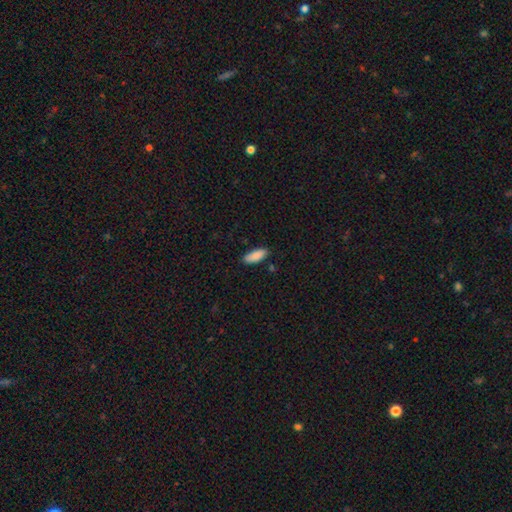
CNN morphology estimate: Smooth or featured?
  - smooth: 88% *
  - star or artifact: 6%
  - featured or disk: 6%
How rounded?
  - in between: 78% *
  - cigar-shaped: 20%
  - round: 2%
Merging?
  - none: 86% *
  - minor disturbance: 11%
  - major disturbance: 2%
  - merger: 2%